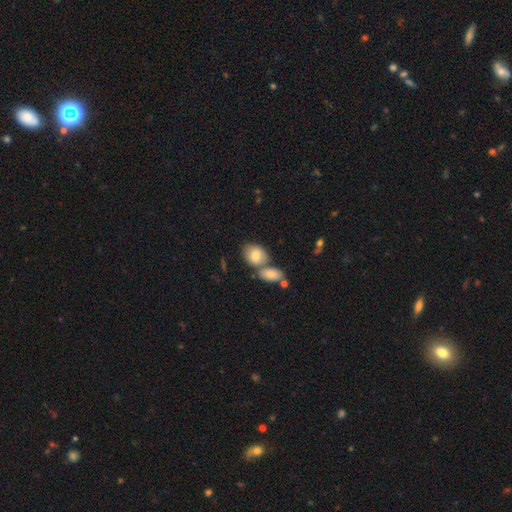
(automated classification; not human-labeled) Smooth or featured: smooth — 79% (featured or disk — 13%)
How rounded: in between — 68% (round — 31%)
Merging: none — 45% (merger — 41%)